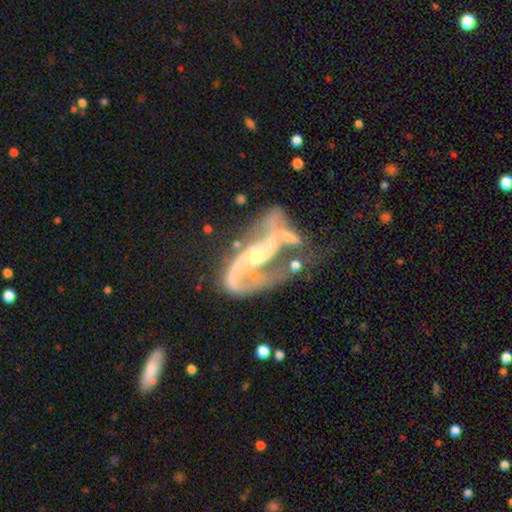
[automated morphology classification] The model was most divided on "bar": no: 43%, weak: 37%, strong: 20%. Remaining: edge-on disk — no (95%); spiral arms — yes (95%); smooth or featured — featured or disk (89%); spiral arm count — 2 (85%); spiral winding — loose (57%); bulge size — small (53%); merging — none (33%).